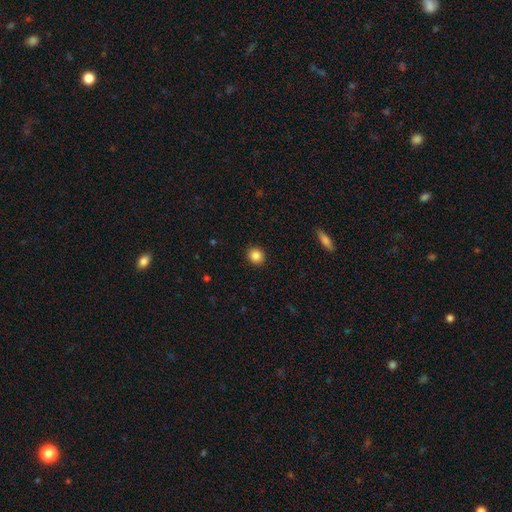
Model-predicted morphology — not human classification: Smooth or featured: smooth — 86% (star or artifact — 10%)
How rounded: round — 86% (in between — 13%)
Merging: none — 92% (minor disturbance — 5%)